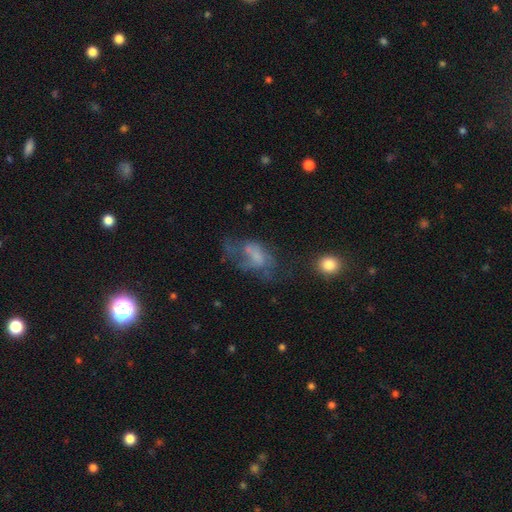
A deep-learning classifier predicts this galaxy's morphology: Smooth or featured? featured or disk (48%)
Merging? major disturbance (41%)